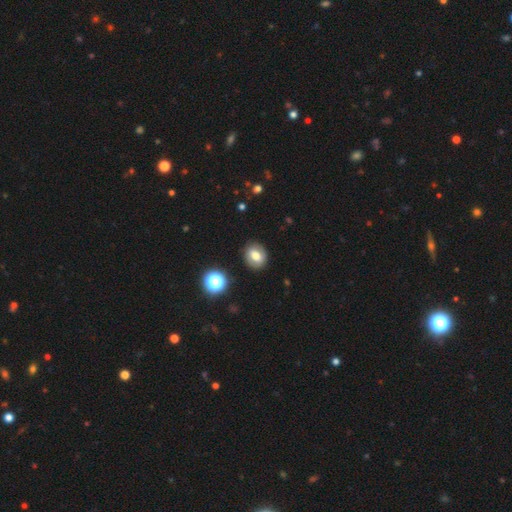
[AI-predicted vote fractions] Q: Smooth or featured?
A: smooth (64%); runner-up: featured or disk (25%)
Q: How rounded?
A: round (53%); runner-up: in between (46%)
Q: Merging?
A: none (85%); runner-up: minor disturbance (10%)